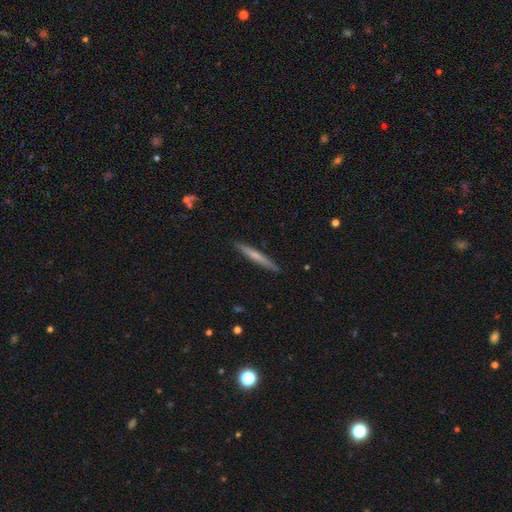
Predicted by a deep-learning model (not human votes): This is possibly a smooth galaxy (53%). How rounded: clearly cigar-shaped (96%). Merging: clearly none (91%).